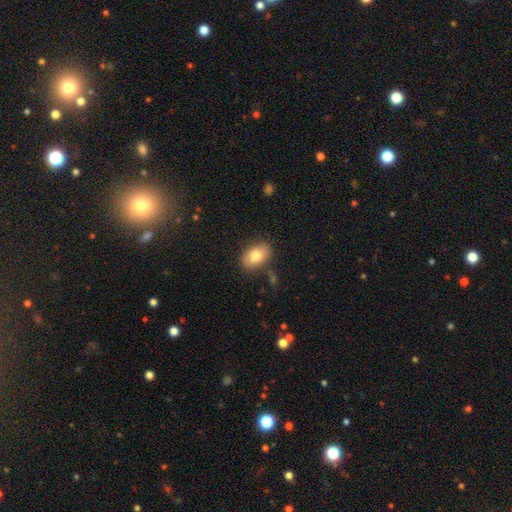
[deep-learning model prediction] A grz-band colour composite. It shows a smooth galaxy with no disk features (81%) that is in between round and cigar-shaped (85%). Merging: none (82%).